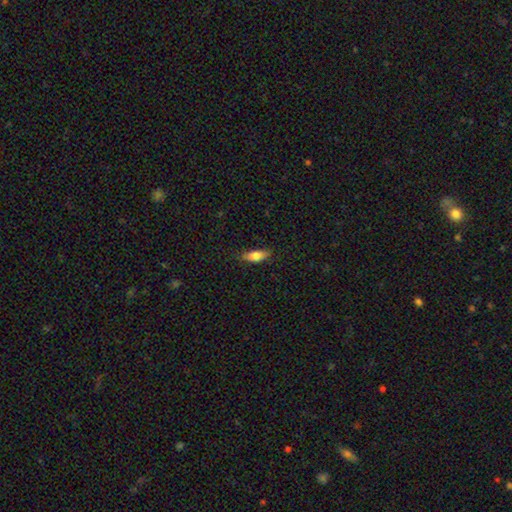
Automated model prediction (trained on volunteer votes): This appears to be a smooth galaxy with no disk features (77%) that is in between round and cigar-shaped (70%). Merging: none (79%).